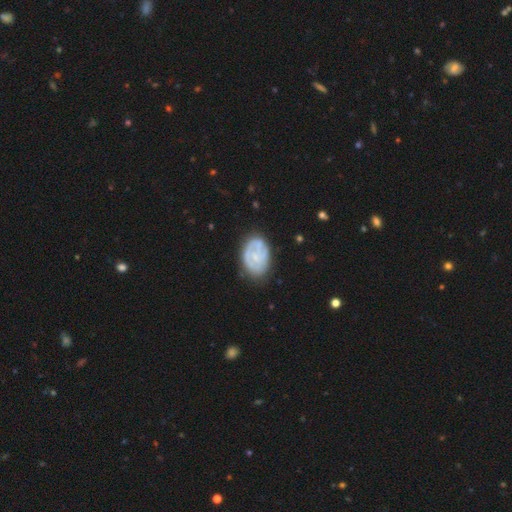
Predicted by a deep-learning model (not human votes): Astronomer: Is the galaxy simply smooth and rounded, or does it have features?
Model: featured or disk — 67%.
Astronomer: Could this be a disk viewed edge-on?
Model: no — 97%.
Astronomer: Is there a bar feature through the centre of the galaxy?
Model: no — 68%.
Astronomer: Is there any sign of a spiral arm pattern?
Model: yes — 75%.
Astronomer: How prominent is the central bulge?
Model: small — 60%.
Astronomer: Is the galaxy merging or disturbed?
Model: none — 69%.